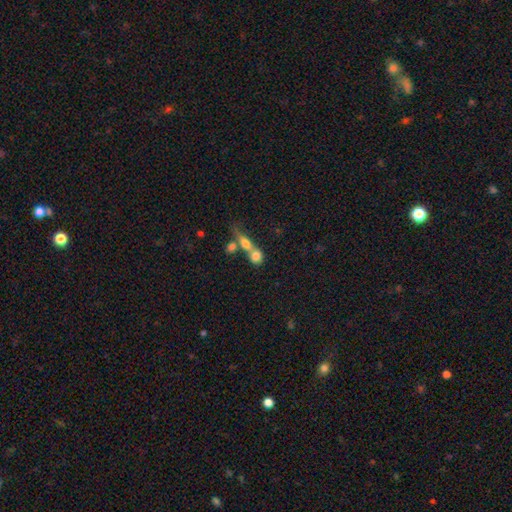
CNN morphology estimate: The model was most divided on "how rounded": round: 56%, in between: 33%, cigar-shaped: 11%. More confident: smooth or featured — smooth (72%); merging — merger (62%).